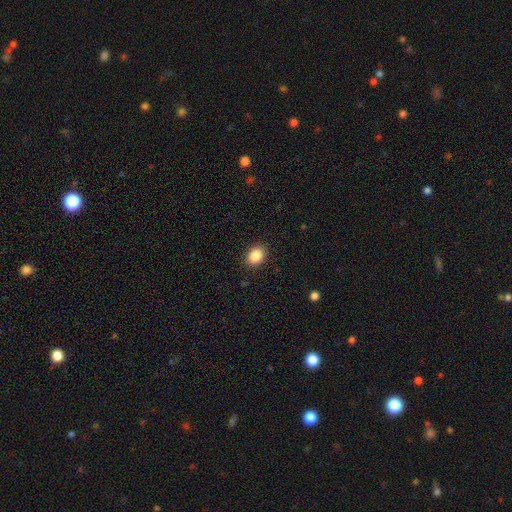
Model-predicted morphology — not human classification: Smooth or featured: smooth — 87% (star or artifact — 9%)
How rounded: in between — 62% (round — 37%)
Merging: none — 89% (minor disturbance — 8%)